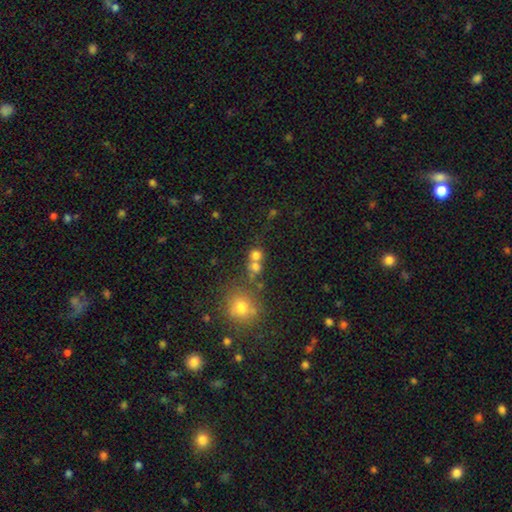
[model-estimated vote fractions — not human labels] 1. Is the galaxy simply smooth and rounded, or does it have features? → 71% smooth, 17% star or artifact, 11% featured or disk.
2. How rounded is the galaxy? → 84% round, 15% in between, 1% cigar-shaped.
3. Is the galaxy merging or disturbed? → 46% none, 41% merger, 7% minor disturbance, 5% major disturbance.